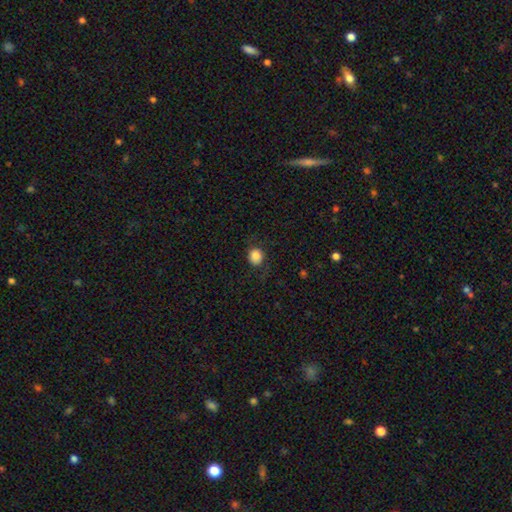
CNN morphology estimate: The model was most divided on "how rounded": round: 81%, in between: 19%, cigar-shaped: 1%. More confident: smooth or featured — smooth (84%); merging — none (82%).